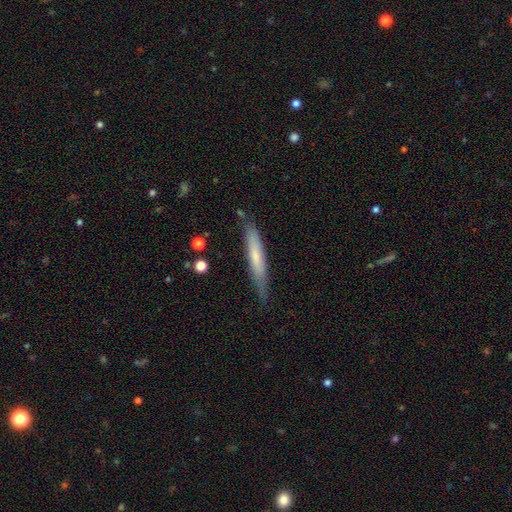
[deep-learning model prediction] Morphology: type=smooth (58%); roundness=cigar-shaped (93%); merging=none (76%).